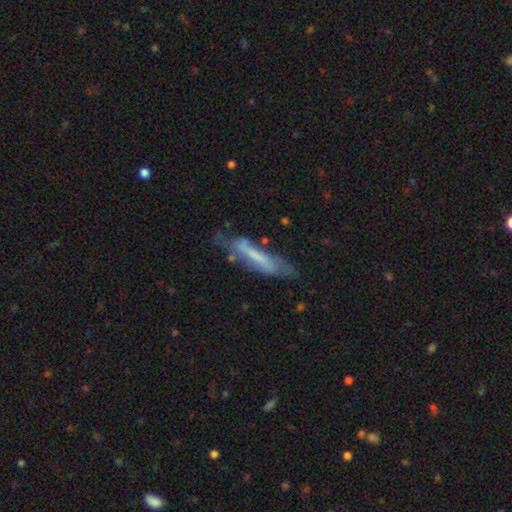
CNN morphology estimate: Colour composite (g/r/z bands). It shows a featured or disk galaxy (50%) viewed edge-on (51%). Merging: none (50%).